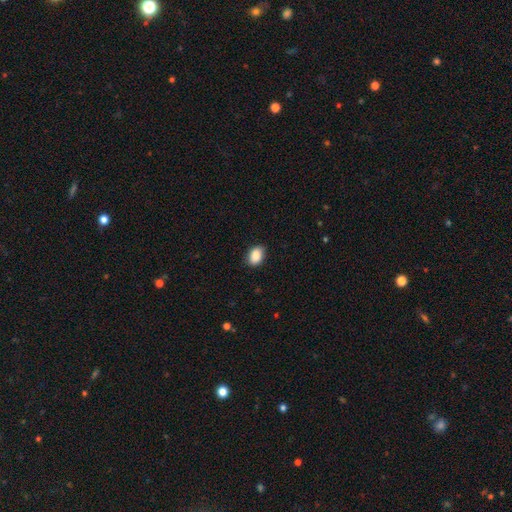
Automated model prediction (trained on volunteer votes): This is clearly a smooth galaxy (89%). How rounded: likely in between (79%). Merging: clearly none (83%).